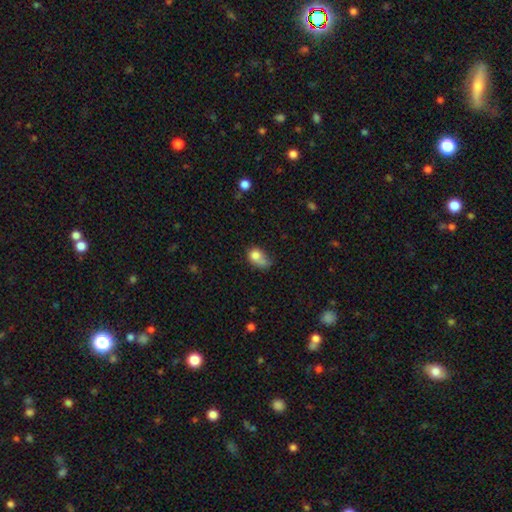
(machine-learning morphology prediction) type=smooth (76%); roundness=in between (57%); merging=merger (28%).